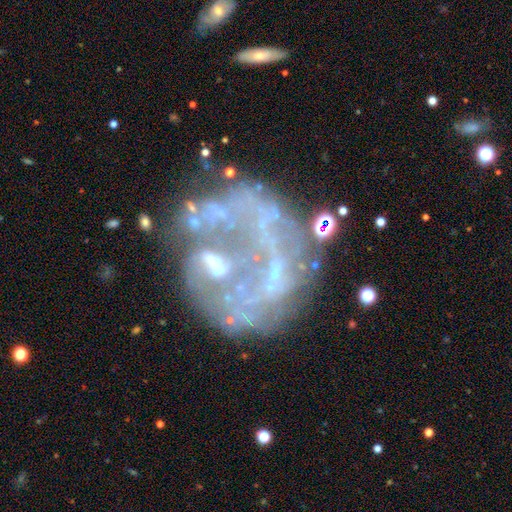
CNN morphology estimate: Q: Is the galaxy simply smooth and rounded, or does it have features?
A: featured or disk — 67%.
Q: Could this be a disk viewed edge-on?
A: no — 98%.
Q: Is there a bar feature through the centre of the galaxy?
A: no — 72%.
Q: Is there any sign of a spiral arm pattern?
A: no — 72%.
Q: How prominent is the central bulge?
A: none — 56%.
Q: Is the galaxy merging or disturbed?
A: none — 39%.